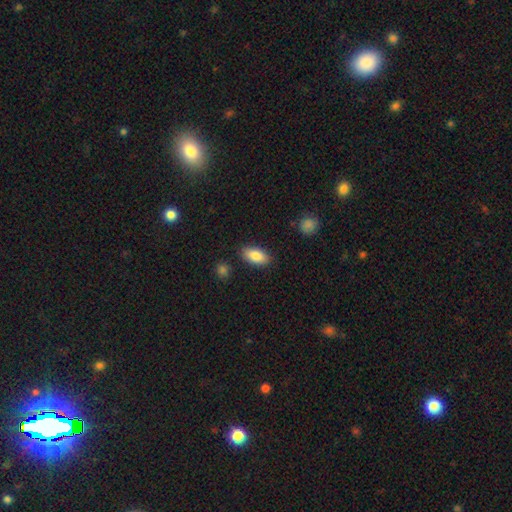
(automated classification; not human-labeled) Smooth or featured?
  - smooth: 86% *
  - featured or disk: 8%
  - star or artifact: 7%
How rounded?
  - in between: 90% *
  - cigar-shaped: 7%
  - round: 3%
Merging?
  - none: 84% *
  - minor disturbance: 11%
  - major disturbance: 3%
  - merger: 2%